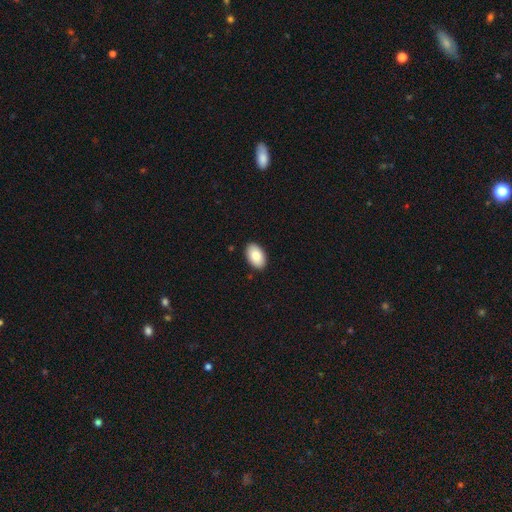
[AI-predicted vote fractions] This appears to be a smooth galaxy with no disk features (85%) that is in between round and cigar-shaped (93%). Merging: none (90%).